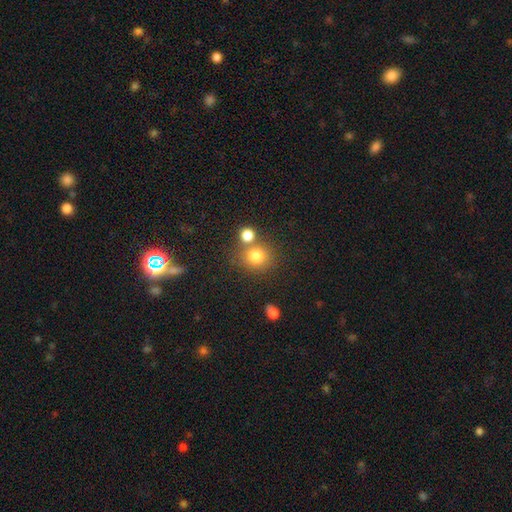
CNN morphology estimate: Smooth or featured: smooth — 79% (star or artifact — 13%)
How rounded: round — 85% (in between — 14%)
Merging: none — 65% (merger — 23%)